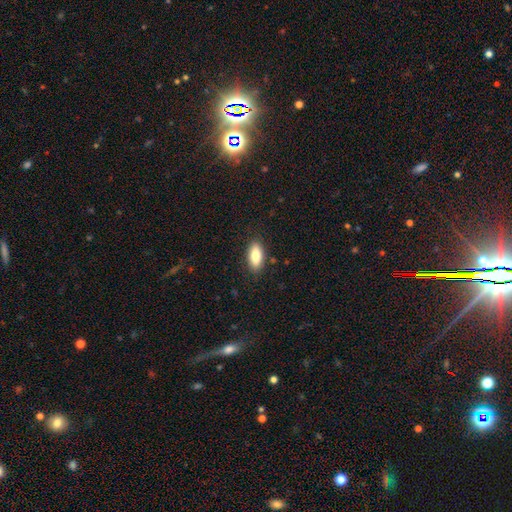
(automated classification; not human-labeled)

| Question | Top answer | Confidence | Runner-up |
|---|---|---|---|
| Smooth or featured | smooth | 82% | featured or disk (11%) |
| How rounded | in between | 85% | cigar-shaped (12%) |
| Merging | none | 86% | minor disturbance (10%) |